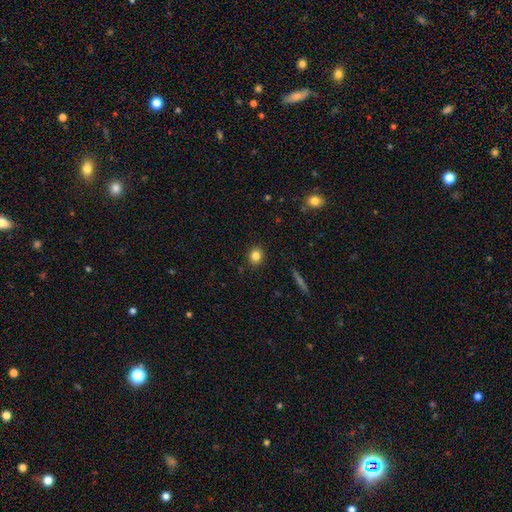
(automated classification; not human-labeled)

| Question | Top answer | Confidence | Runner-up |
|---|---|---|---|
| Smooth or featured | smooth | 82% | star or artifact (11%) |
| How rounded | round | 78% | in between (21%) |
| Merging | none | 91% | minor disturbance (6%) |